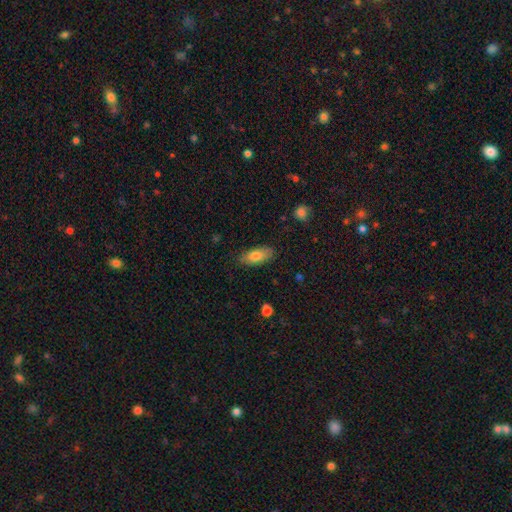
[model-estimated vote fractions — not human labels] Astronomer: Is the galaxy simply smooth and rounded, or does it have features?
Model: smooth — 79%.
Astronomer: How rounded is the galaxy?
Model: in between — 79%.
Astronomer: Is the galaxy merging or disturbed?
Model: none — 84%.